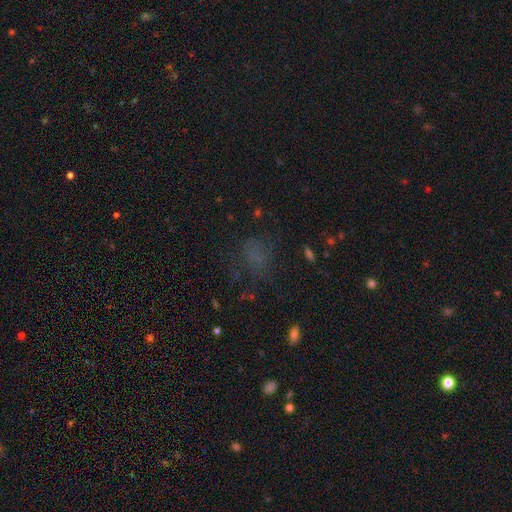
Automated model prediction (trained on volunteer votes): A smooth galaxy with no disk features (55%) that is round (49%, tied with in between). Merging: none (56%).